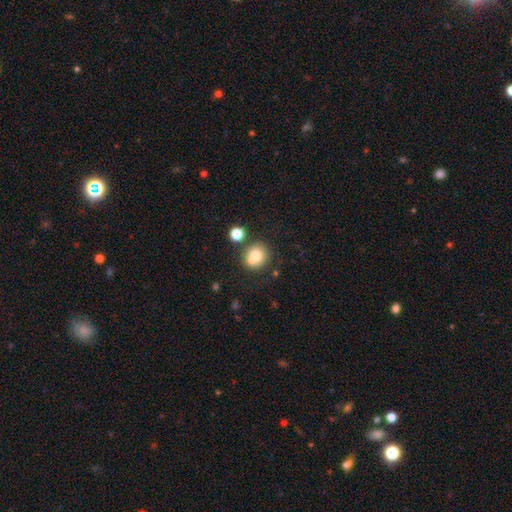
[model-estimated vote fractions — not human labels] smooth-or-featured: smooth: 75% | featured or disk: 14% | star or artifact: 11%
  how-rounded: round: 81% | in between: 19% | cigar-shaped: 1%
  merging: none: 58% | merger: 28% | minor disturbance: 11% | major disturbance: 4%